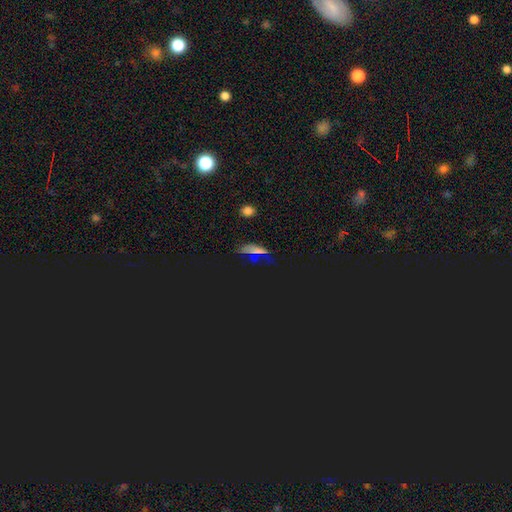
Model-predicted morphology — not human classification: smooth-or-featured: star or artifact: 57% | smooth: 32% | featured or disk: 10%